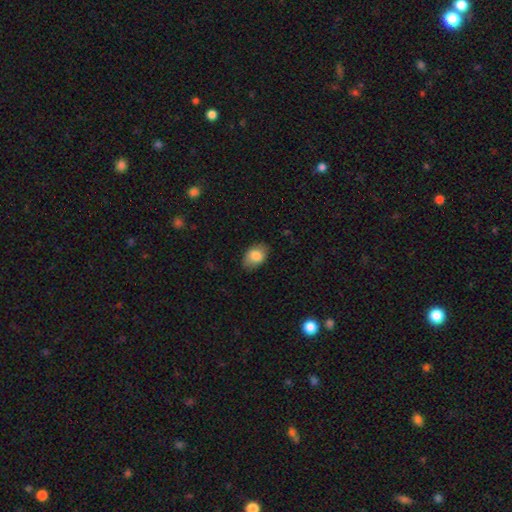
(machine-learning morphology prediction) smooth_or_featured: smooth (p=0.83) [alt: featured or disk p=0.10]
how_rounded: in between (p=0.85) [alt: round p=0.14]
merging: none (p=0.78) [alt: minor disturbance p=0.17]